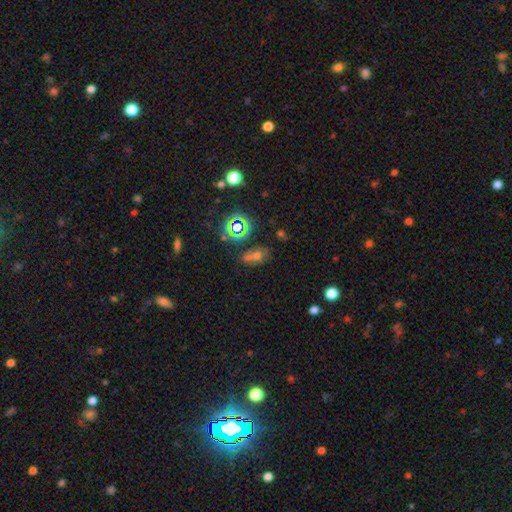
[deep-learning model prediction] Smooth or featured?
  - star or artifact: 45% *
  - smooth: 38%
  - featured or disk: 17%